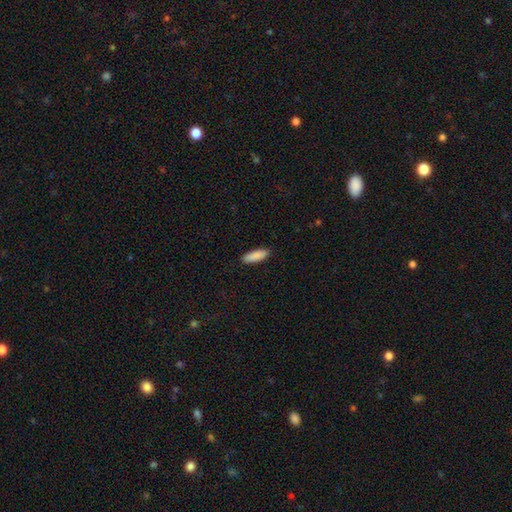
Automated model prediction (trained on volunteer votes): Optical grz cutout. It shows a smooth galaxy with no disk features (90%) that is in between round and cigar-shaped (51%). Merging: none (90%).